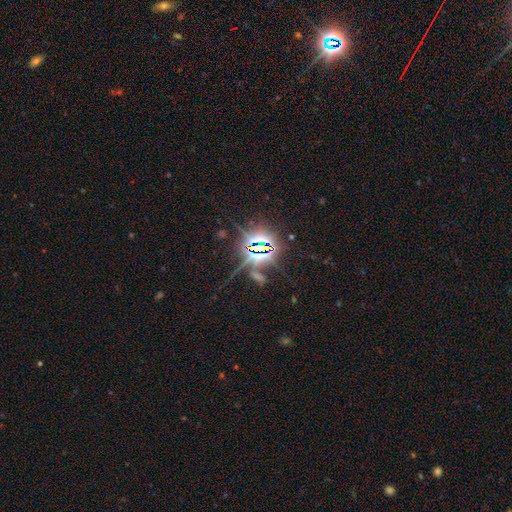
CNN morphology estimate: smooth_or_featured: star or artifact (p=0.83) [alt: smooth p=0.10]